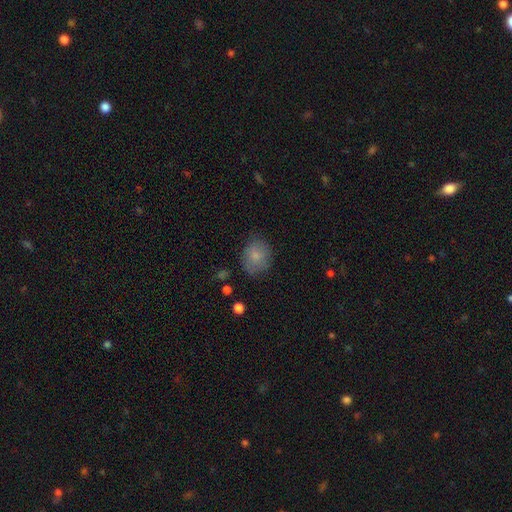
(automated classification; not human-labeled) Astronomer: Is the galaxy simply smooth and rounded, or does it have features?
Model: smooth — 80%.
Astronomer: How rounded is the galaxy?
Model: round — 63%.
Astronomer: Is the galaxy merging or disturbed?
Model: none — 74%.